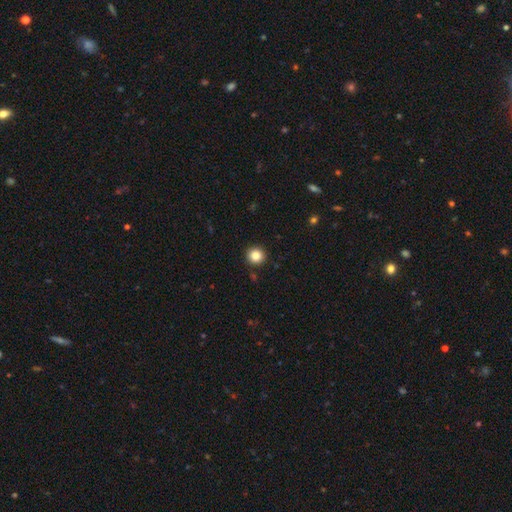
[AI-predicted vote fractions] A smooth galaxy with no disk features (86%) that is round (93%). Merging: none (92%).